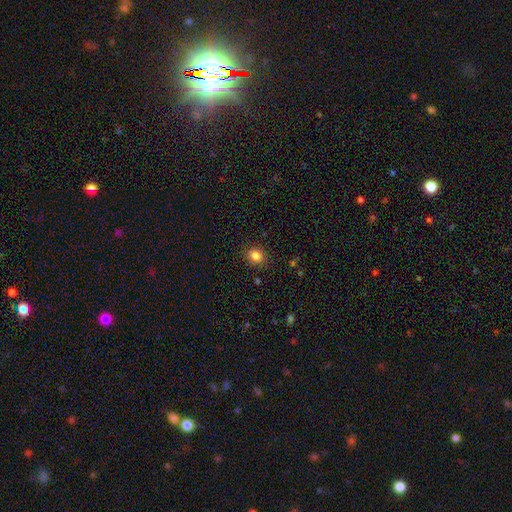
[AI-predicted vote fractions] A smooth galaxy with no disk features (84%) that is round (67%). Merging: none (87%).